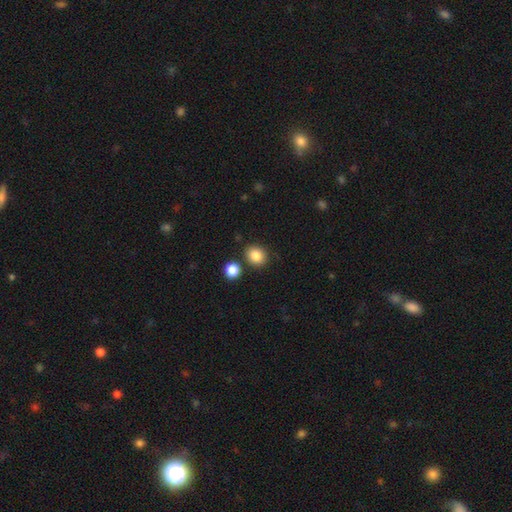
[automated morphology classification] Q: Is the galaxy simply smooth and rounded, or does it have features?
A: smooth — 85%.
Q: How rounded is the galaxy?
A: round — 69%.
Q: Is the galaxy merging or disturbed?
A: none — 80%.